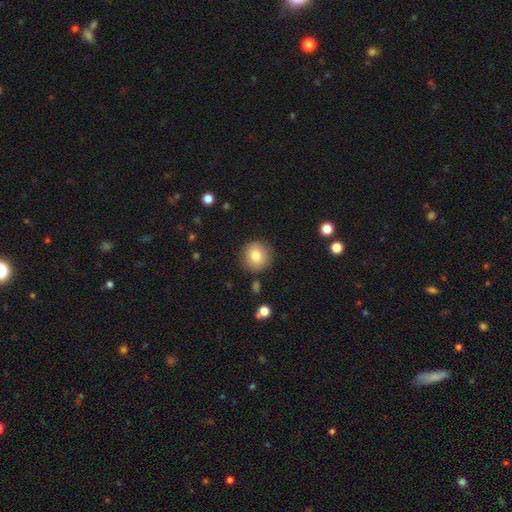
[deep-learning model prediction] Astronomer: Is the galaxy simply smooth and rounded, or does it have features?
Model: smooth — 80%.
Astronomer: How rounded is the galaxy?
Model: round — 93%.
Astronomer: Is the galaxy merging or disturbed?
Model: none — 87%.